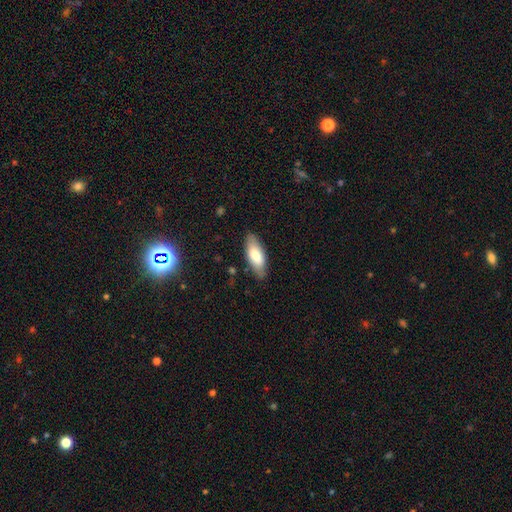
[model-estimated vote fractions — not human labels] This appears to be a smooth galaxy with no disk features (77%) that is in between round and cigar-shaped (78%). Merging: none (80%).